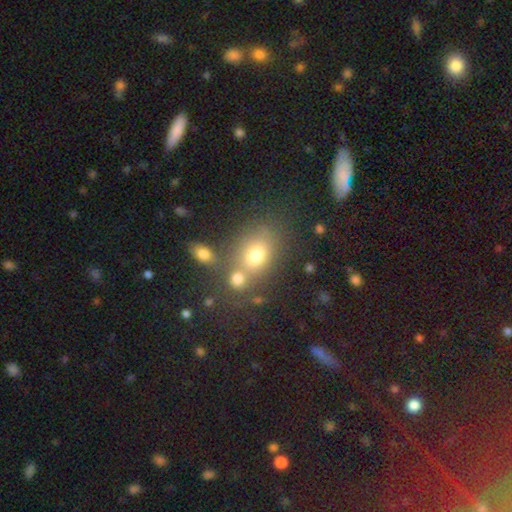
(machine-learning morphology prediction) smooth 71%, star or artifact 15%, featured or disk 14%. Down the decision tree: how rounded — in between (63%); merging — none (51%).